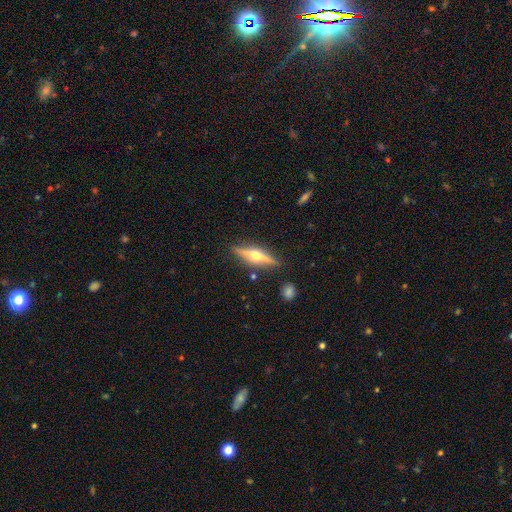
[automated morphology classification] A featured or disk galaxy (73%) viewed edge-on (97%) with a rounded central bulge (96%). Merging: none (87%).